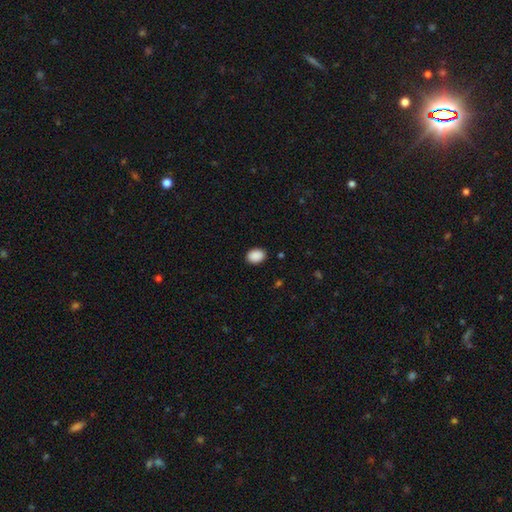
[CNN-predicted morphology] Smooth or featured? smooth (90%)
How rounded? in between (72%)
Merging? none (88%)